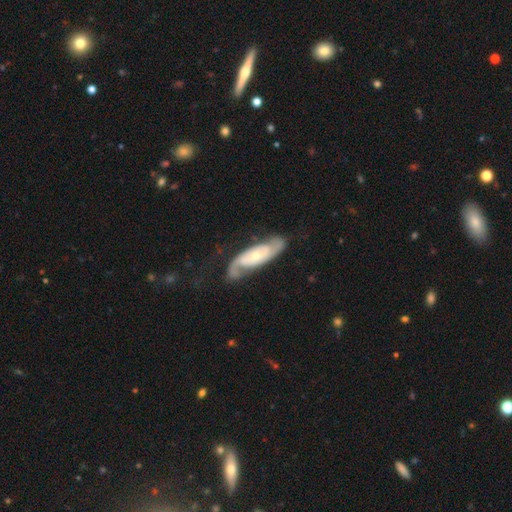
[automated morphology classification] This is clearly a featured or disk galaxy (81%). It is clearly not viewed edge-on (89%). Bar: likely no (68%). Spiral arm pattern: clearly yes (93%). Spiral arm count: clearly 2 (81%). Spiral winding: marginally tight (44%). Central bulge: possibly small (53%). Merging: likely none (72%).